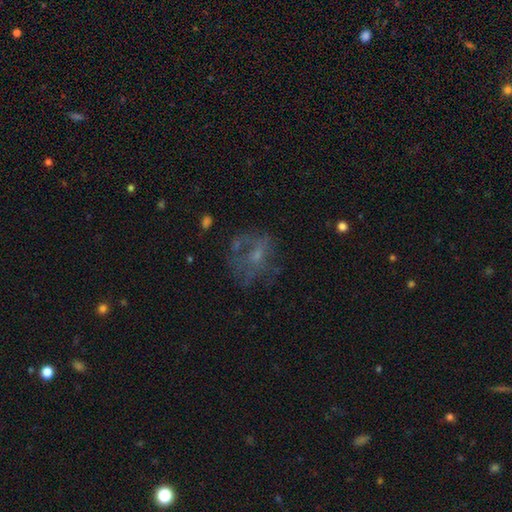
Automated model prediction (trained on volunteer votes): A featured or disk galaxy (48%). Merging: none (51%).